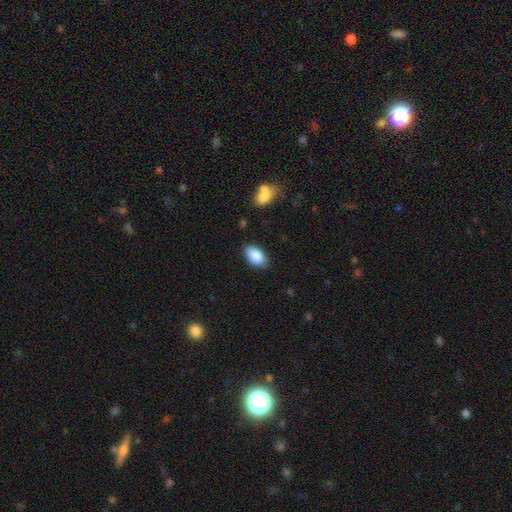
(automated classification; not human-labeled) Morphology: type=smooth (86%); roundness=in between (93%); merging=none (83%).